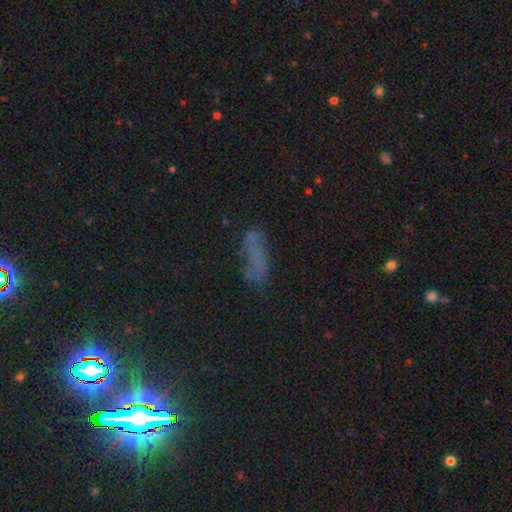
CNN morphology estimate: This appears to be a smooth galaxy with no disk features (49%). Merging: none (59%).